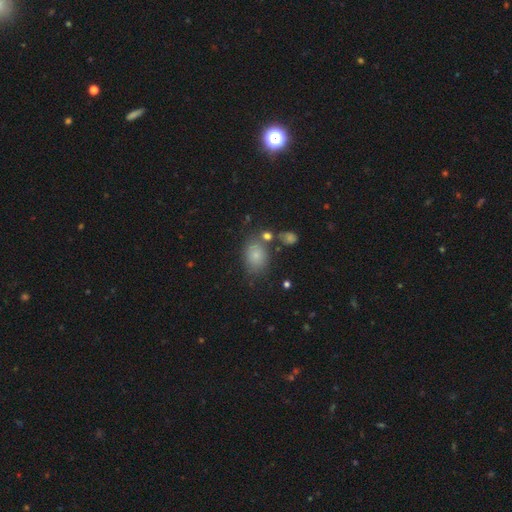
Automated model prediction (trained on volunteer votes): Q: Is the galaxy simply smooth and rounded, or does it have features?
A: smooth — 79%.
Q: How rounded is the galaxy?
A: in between — 72%.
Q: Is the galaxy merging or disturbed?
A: none — 65%.